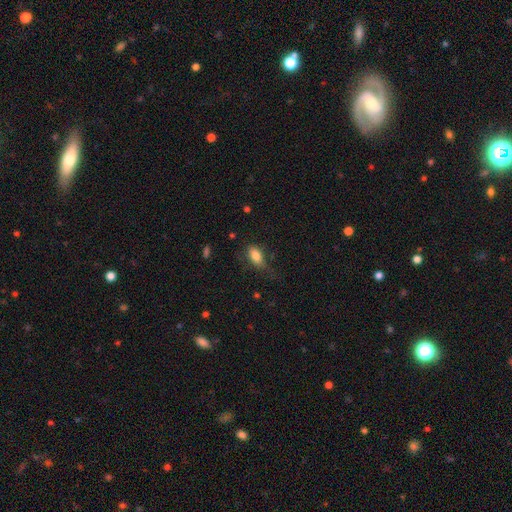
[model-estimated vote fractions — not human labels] This appears to be a smooth galaxy with no disk features (81%) that is in between round and cigar-shaped (87%). Merging: none (55%).